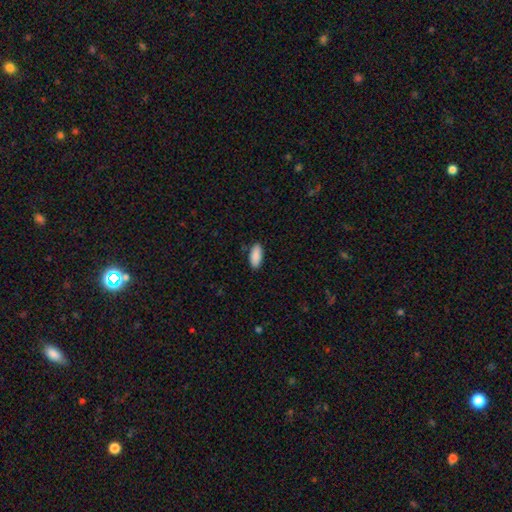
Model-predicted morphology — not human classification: This appears to be a smooth galaxy with no disk features (90%) that is in between round and cigar-shaped (85%). Merging: none (88%).